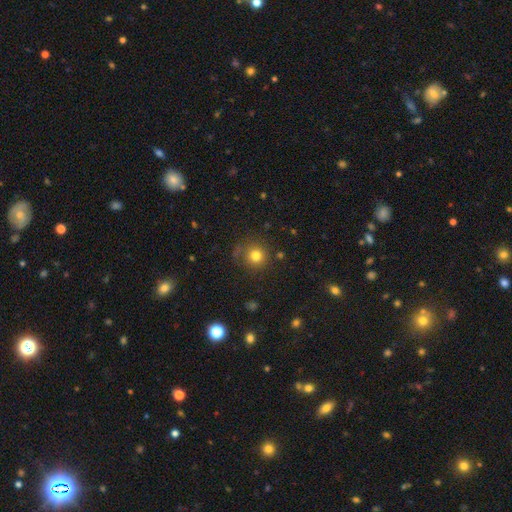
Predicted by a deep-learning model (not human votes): smooth 77%, star or artifact 15%, featured or disk 8%. Down the decision tree: how rounded — round (93%); merging — none (80%).